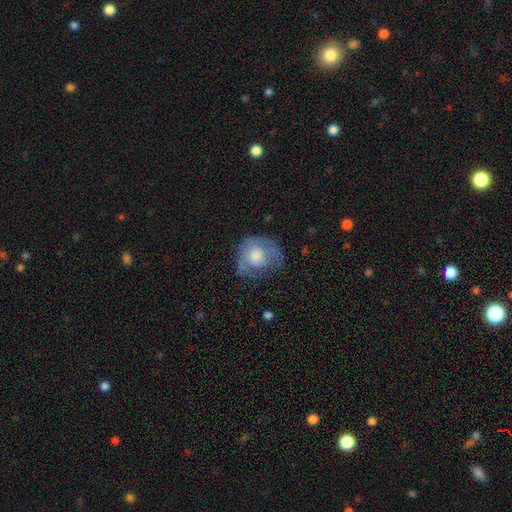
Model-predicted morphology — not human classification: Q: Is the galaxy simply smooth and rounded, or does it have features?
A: smooth — 53%.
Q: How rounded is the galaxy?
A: round — 71%.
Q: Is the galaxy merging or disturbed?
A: none — 43%.